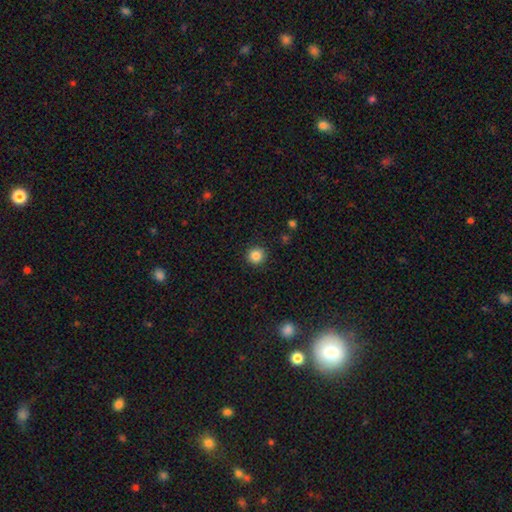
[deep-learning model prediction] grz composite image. It shows a smooth galaxy with no disk features (85%) that is round (94%). Merging: none (91%).